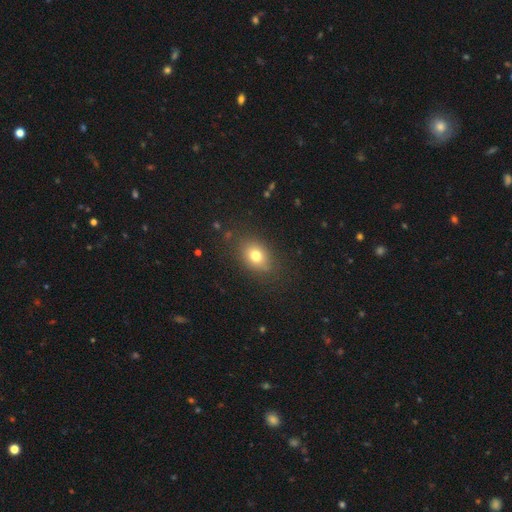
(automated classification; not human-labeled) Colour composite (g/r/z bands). It shows a smooth galaxy with no disk features (76%) that is in between round and cigar-shaped (62%). Merging: none (82%).